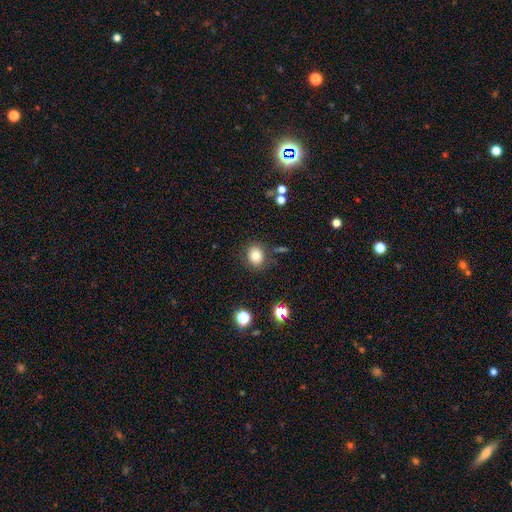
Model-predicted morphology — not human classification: Smooth or featured? Predicted: smooth (p=0.80). How rounded? Predicted: round (p=0.69). Merging? Predicted: none (p=0.83).